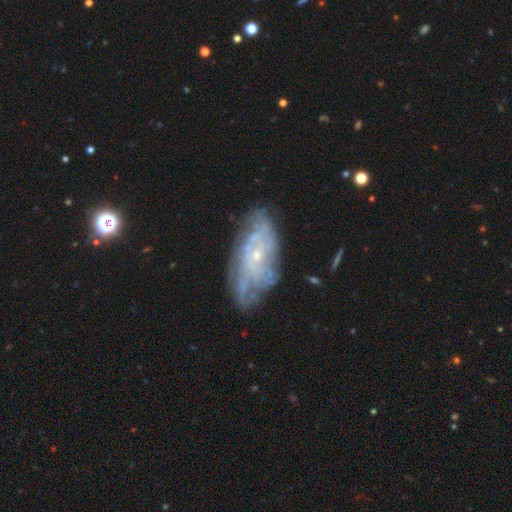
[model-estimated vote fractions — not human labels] A featured or disk galaxy (75%) with no bar (77%), tight (57%) spiral arms (76%) and a small central bulge (80%).

Vote fractions:
- Smooth or featured? featured or disk: 75% / smooth: 16% / star or artifact: 8%
- Edge-on disk? no: 91% / yes: 9%
- Bar? no: 77% / weak: 19% / strong: 4%
- Spiral arms? yes: 76% / no: 24%
- Spiral winding? tight: 57% / medium: 31% / loose: 12%
- Spiral arm count? can't tell: 59% / 4: 10% / 2: 10% / 3: 9% / more than 4: 7% / 1: 5%
- Bulge size? small: 80% / moderate: 14% / none: 4% / large: 1% / dominant: 1%
- Merging? none: 65% / minor disturbance: 23% / major disturbance: 10% / merger: 3%